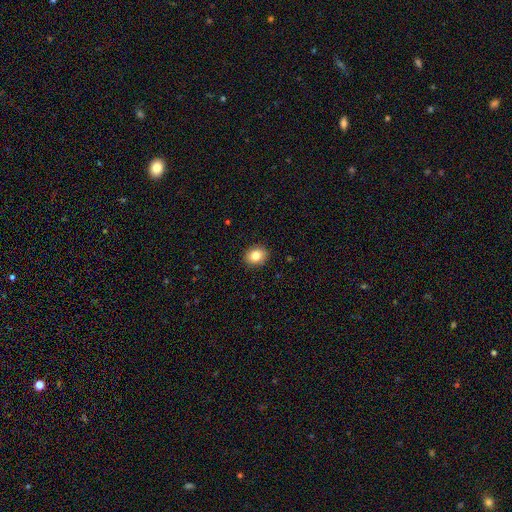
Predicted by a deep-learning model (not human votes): Smooth or featured? Predicted: smooth (p=0.82). How rounded? Predicted: round (p=0.54). Merging? Predicted: none (p=0.90).